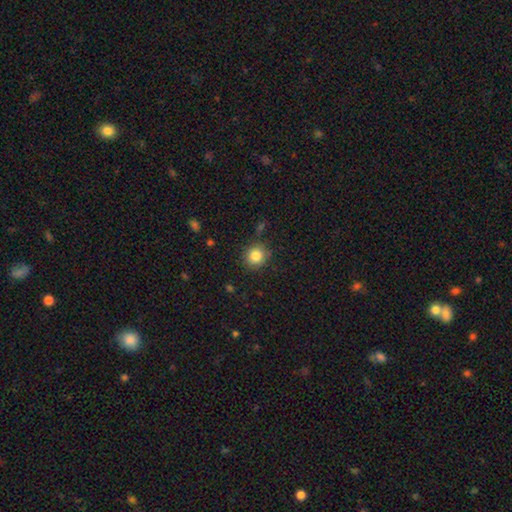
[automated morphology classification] Overall: smooth (84%). How rounded: round (88%). Merging: none (85%).